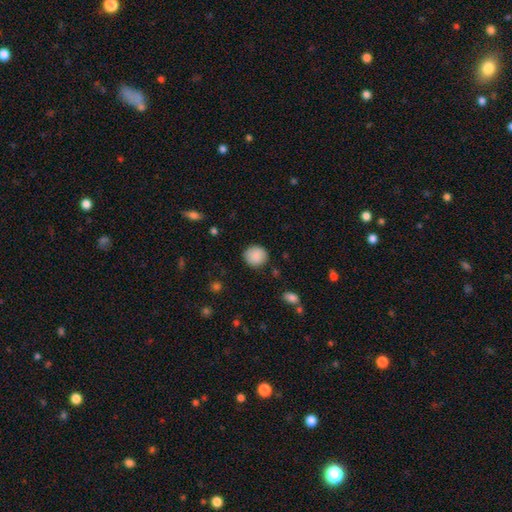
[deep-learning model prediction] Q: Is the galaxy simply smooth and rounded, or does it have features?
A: smooth — 89%.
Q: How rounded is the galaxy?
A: round — 90%.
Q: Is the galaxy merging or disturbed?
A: none — 88%.